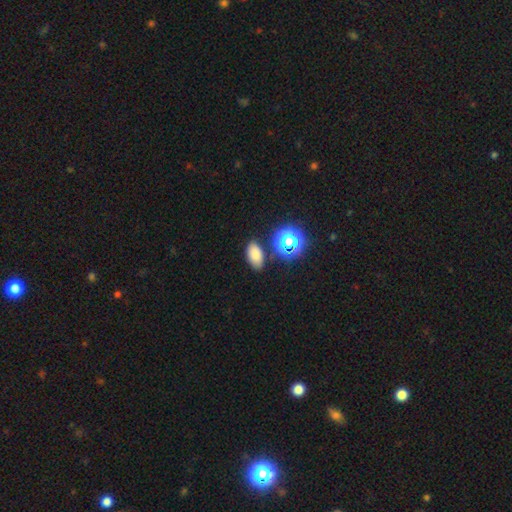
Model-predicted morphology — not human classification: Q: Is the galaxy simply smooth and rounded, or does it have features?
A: smooth — 75%.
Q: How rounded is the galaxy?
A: in between — 87%.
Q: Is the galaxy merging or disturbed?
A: none — 79%.